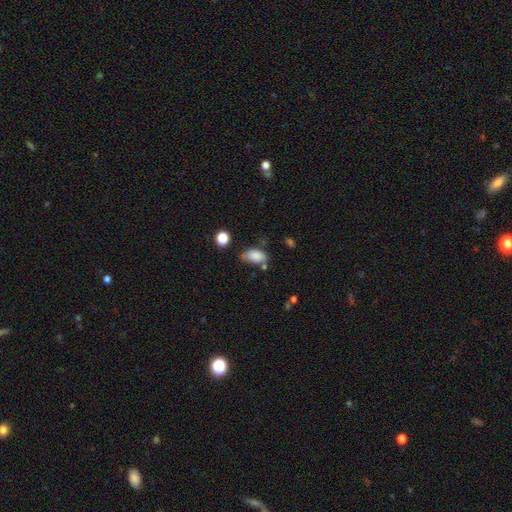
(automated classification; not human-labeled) Smooth or featured? Predicted: smooth (p=0.84). How rounded? Predicted: in between (p=0.91). Merging? Predicted: none (p=0.53).